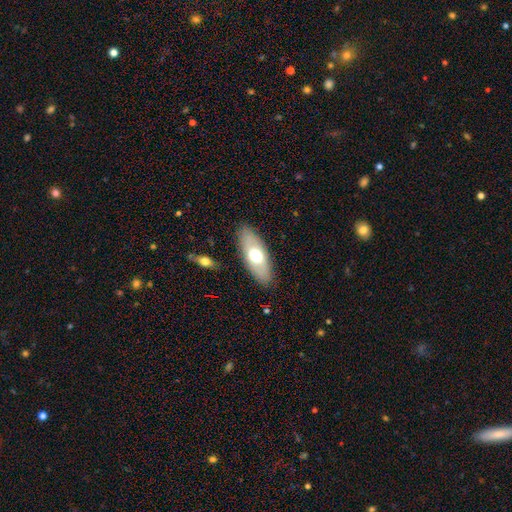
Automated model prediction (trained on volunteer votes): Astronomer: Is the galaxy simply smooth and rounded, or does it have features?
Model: smooth — 61%.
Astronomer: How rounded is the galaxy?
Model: in between — 80%.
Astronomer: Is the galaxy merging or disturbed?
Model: none — 87%.